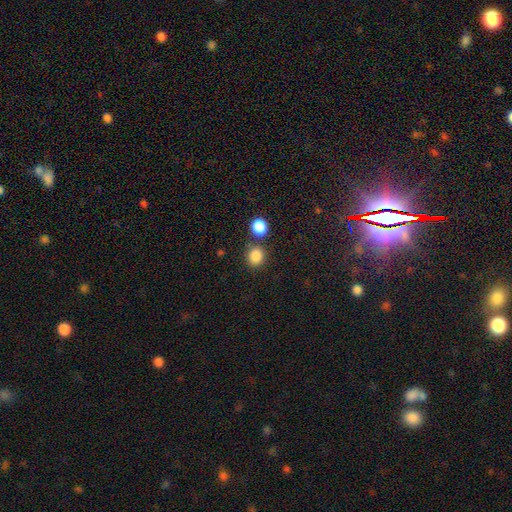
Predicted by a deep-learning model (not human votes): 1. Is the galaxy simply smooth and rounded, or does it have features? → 85% smooth, 11% star or artifact, 4% featured or disk.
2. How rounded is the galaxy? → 77% round, 22% in between, 1% cigar-shaped.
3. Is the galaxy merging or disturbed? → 74% none, 14% merger, 9% minor disturbance, 3% major disturbance.